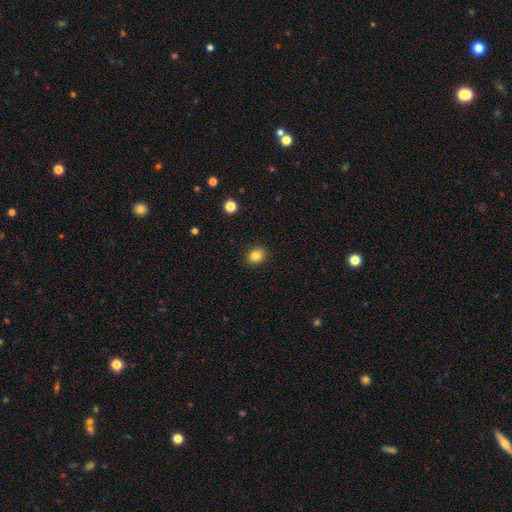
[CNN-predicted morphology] smooth-or-featured: smooth: 84% | star or artifact: 11% | featured or disk: 6%
  how-rounded: round: 58% | in between: 41% | cigar-shaped: 1%
  merging: none: 89% | minor disturbance: 7% | major disturbance: 2% | merger: 1%